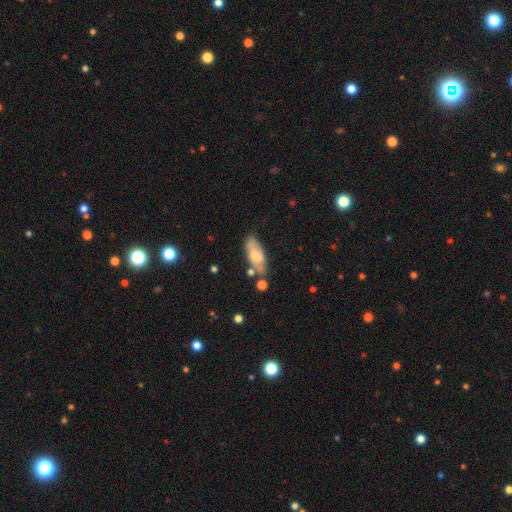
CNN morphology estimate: This appears to be a smooth galaxy with no disk features (62%) that is in between round and cigar-shaped (79%). Merging: none (54%).